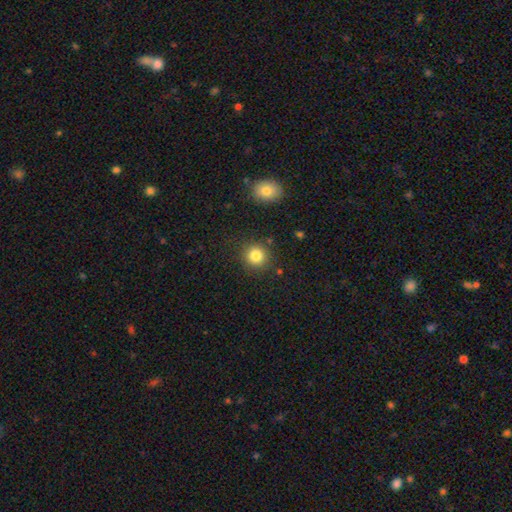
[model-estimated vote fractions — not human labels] This is clearly a smooth galaxy (83%). How rounded: clearly round (89%). Merging: clearly none (86%).